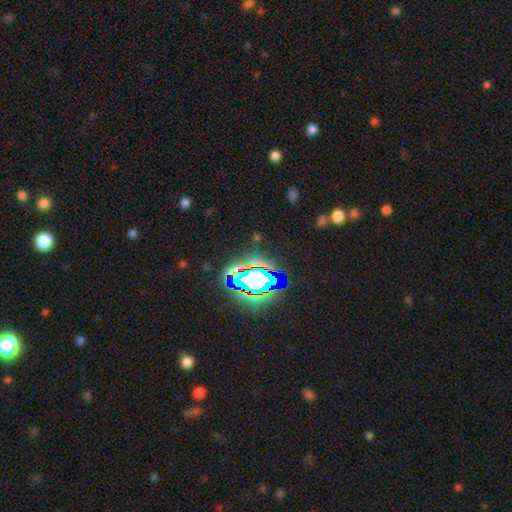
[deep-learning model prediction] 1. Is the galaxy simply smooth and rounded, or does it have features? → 69% star or artifact, 17% smooth, 14% featured or disk.